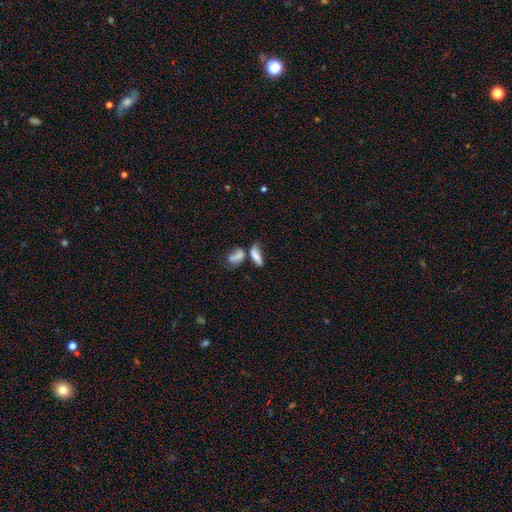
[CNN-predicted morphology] Smooth or featured? smooth (67%)
How rounded? in between (59%)
Merging? merger (51%)